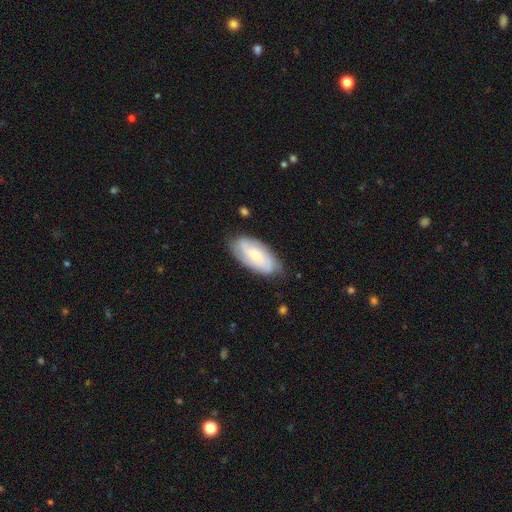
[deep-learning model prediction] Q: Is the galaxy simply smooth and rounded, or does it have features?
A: featured or disk — 55%.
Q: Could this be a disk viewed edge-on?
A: no — 92%.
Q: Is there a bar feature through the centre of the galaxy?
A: no — 56%.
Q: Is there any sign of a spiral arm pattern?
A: yes — 86%.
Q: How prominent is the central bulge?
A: small — 59%.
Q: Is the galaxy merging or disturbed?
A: none — 74%.